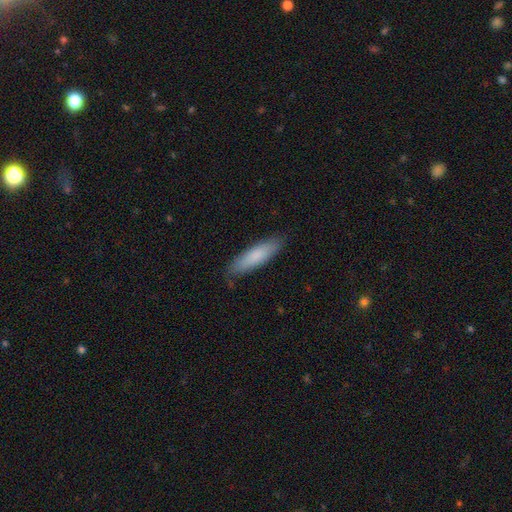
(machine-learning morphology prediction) type=smooth (82%); roundness=cigar-shaped (71%); merging=none (84%).